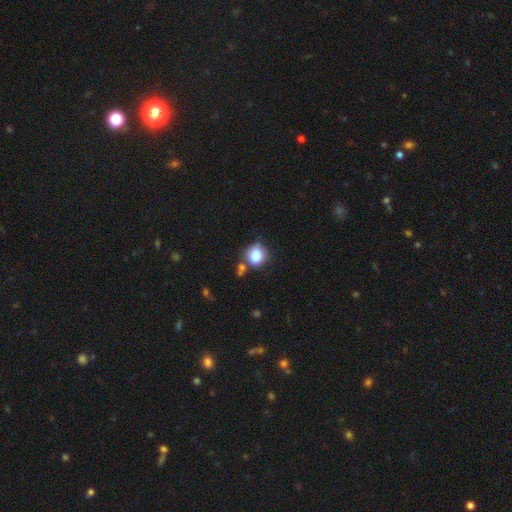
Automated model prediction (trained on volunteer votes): Smooth or featured? Predicted: smooth (p=0.83). How rounded? Predicted: round (p=0.67). Merging? Predicted: none (p=0.55).